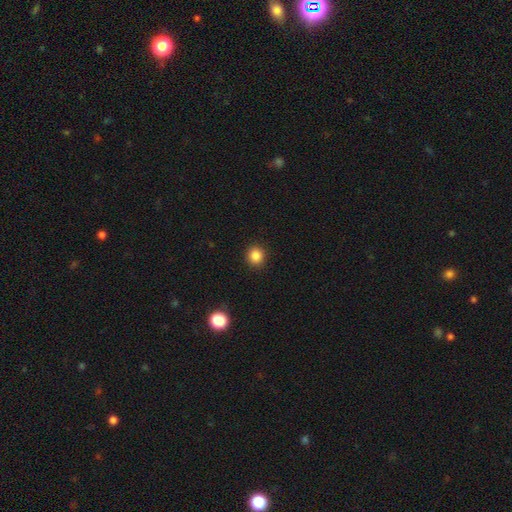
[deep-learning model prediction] smooth_or_featured: smooth (p=0.85) [alt: star or artifact p=0.11]
how_rounded: round (p=0.90) [alt: in between p=0.09]
merging: none (p=0.92) [alt: minor disturbance p=0.05]